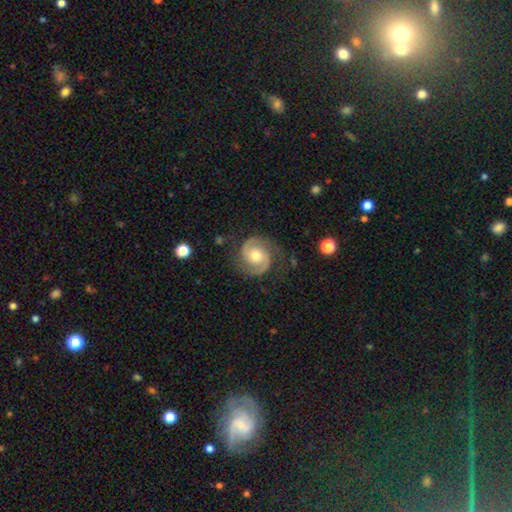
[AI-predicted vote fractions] Smooth or featured? featured or disk (88%)
Edge-on disk? no (98%)
Bar? no (61%)
Spiral arms? yes (97%)
Spiral winding? medium (53%)
Spiral arm count? 2 (93%)
Bulge size? moderate (73%)
Merging? none (78%)